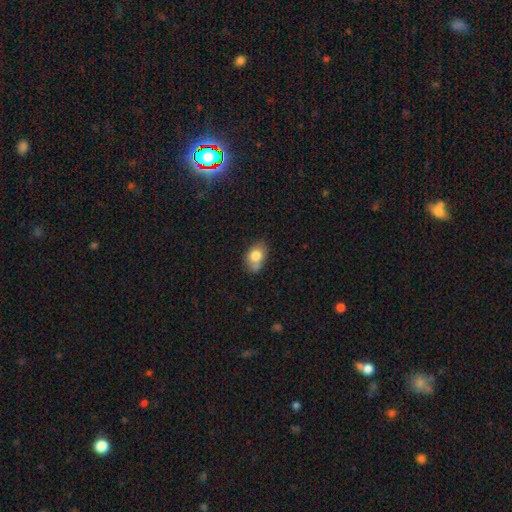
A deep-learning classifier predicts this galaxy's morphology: This is likely a smooth galaxy (78%). How rounded: likely in between (76%). Merging: possibly none (56%).